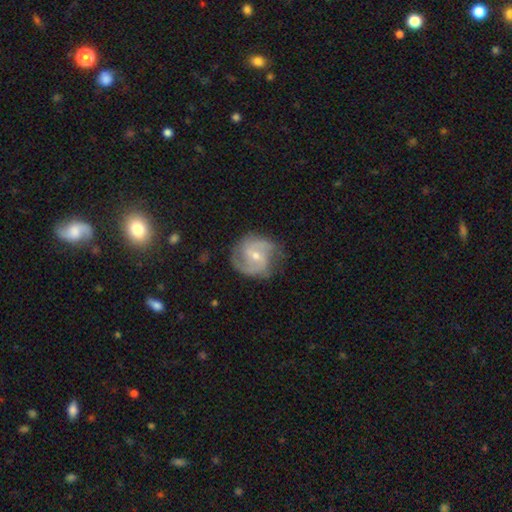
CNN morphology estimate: Smooth or featured? Predicted: featured or disk (p=0.80). Edge-on disk? Predicted: no (p=0.98). Bar? Predicted: weak (p=0.50). Spiral arms? Predicted: yes (p=0.94). Spiral winding? Predicted: medium (p=0.51). Spiral arm count? Predicted: 2 (p=0.73). Bulge size? Predicted: small (p=0.55). Merging? Predicted: none (p=0.71).